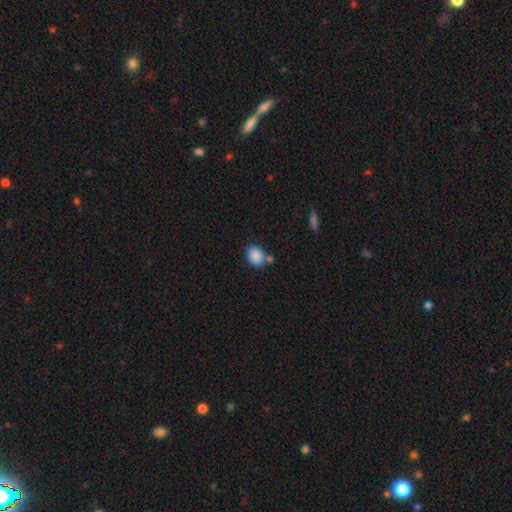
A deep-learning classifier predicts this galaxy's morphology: Smooth or featured? Predicted: smooth (p=0.87). How rounded? Predicted: in between (p=0.61). Merging? Predicted: none (p=0.66).